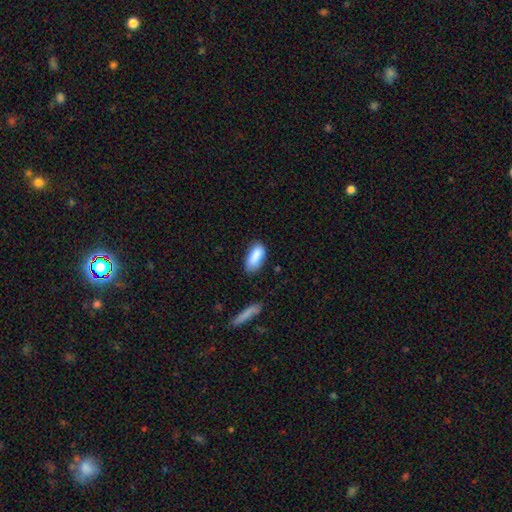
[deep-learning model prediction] The model was most divided on "merging": none: 65%, minor disturbance: 25%, major disturbance: 5%, merger: 4%. More confident: smooth or featured — smooth (87%); how rounded — in between (87%).